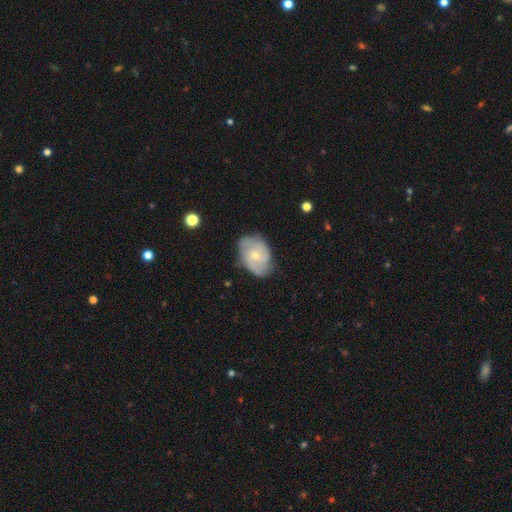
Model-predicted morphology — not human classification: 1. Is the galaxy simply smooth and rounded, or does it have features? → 59% featured or disk, 34% smooth, 6% star or artifact.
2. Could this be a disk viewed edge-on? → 96% no, 4% yes.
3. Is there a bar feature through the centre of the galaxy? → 71% no, 25% weak, 4% strong.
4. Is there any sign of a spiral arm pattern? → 82% yes, 18% no.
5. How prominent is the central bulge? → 55% small, 42% moderate, 1% large, 1% none, 1% dominant.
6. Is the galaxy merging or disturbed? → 66% none, 26% minor disturbance, 6% major disturbance, 2% merger.